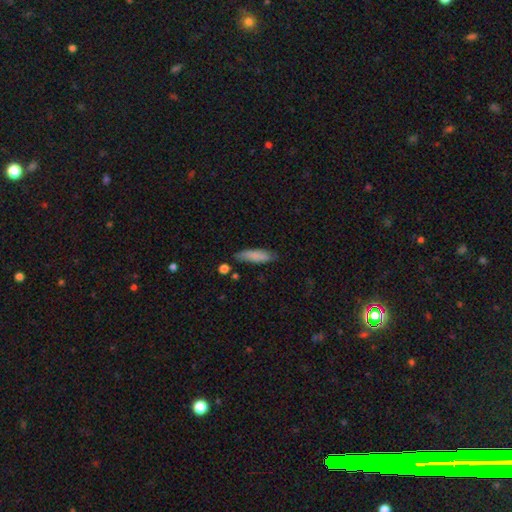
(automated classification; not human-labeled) Overall: smooth (82%). How rounded: cigar-shaped (60%; in between 39%). Merging: none (76%).